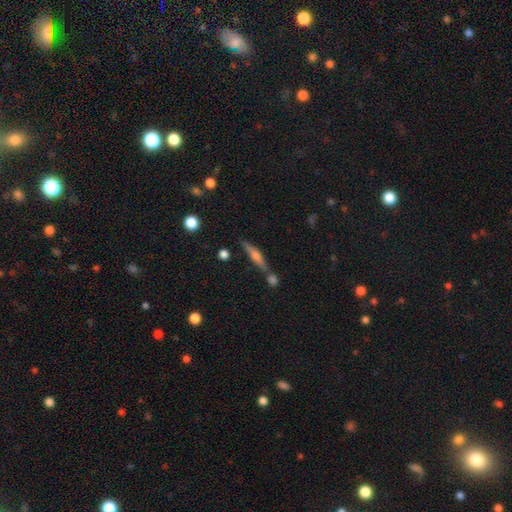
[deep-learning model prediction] Q: Smooth or featured?
A: featured or disk (55%); runner-up: smooth (37%)
Q: Edge-on disk?
A: yes (94%); runner-up: no (6%)
Q: Edge-on bulge?
A: rounded (74%); runner-up: boxy (13%)
Q: Merging?
A: none (70%); runner-up: merger (15%)